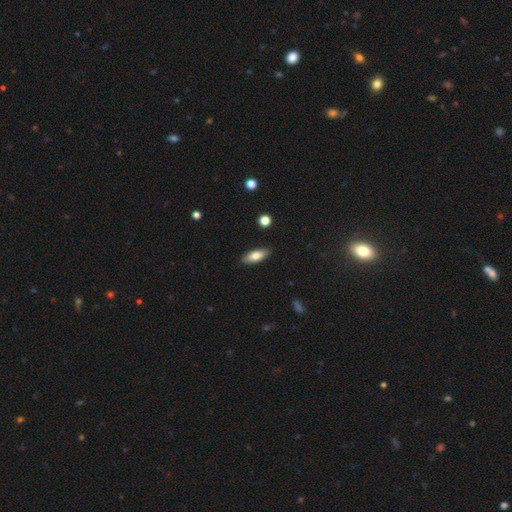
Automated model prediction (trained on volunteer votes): A smooth galaxy with no disk features (78%) that is in between round and cigar-shaped (71%). Merging: none (89%).